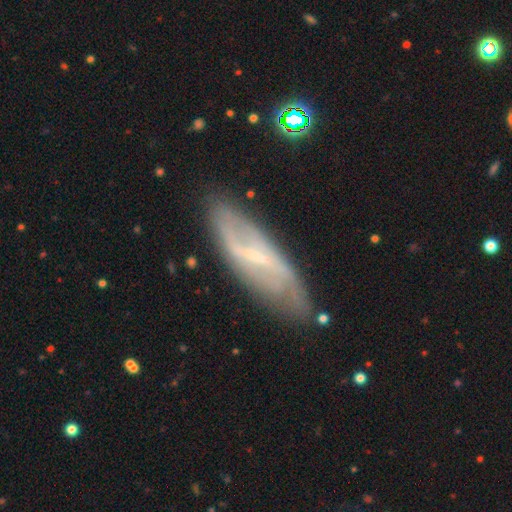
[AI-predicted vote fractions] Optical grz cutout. It shows a featured or disk galaxy (71%) with a strong bar (47%), spiral arms (74%) and a small central bulge (59%). Merging: none (76%).